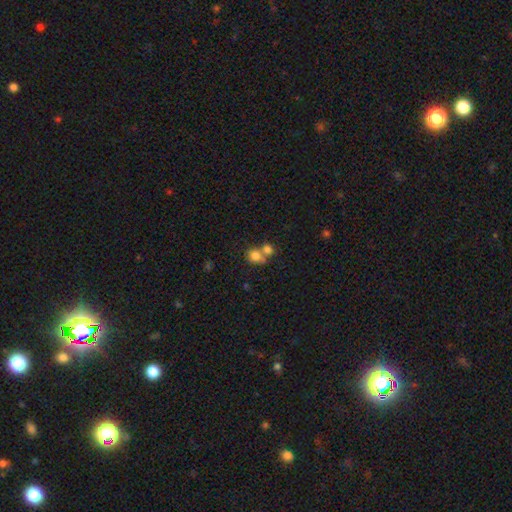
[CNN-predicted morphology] A smooth galaxy with no disk features (79%) that is round (80%).

Vote fractions:
- Smooth or featured? smooth: 79% / star or artifact: 11% / featured or disk: 10%
- How rounded? round: 80% / in between: 19% / cigar-shaped: 1%
- Merging? merger: 51% / none: 39% / minor disturbance: 7% / major disturbance: 3%